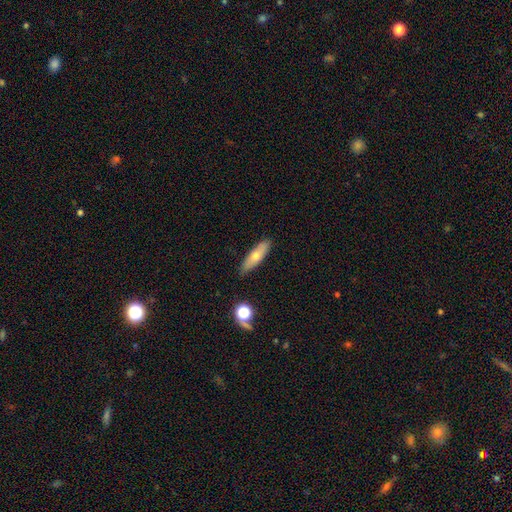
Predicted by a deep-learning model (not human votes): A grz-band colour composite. It shows a smooth galaxy with no disk features (60%) that is cigar-shaped (65%). Merging: none (87%).